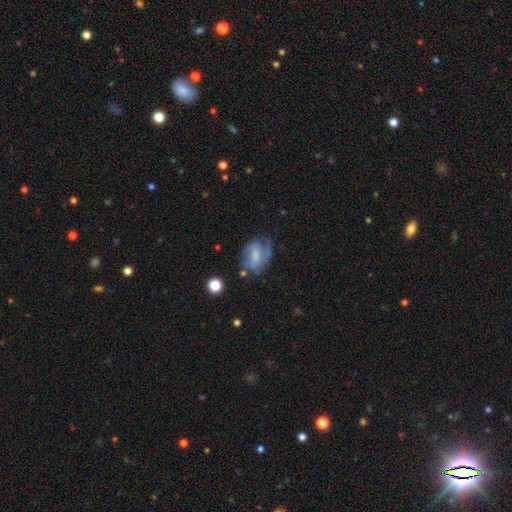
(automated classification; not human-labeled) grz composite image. It shows a featured or disk galaxy (61%) with a weak bar (45%), spiral arms (77%) and a moderate central bulge (33%). Merging: none (48%).